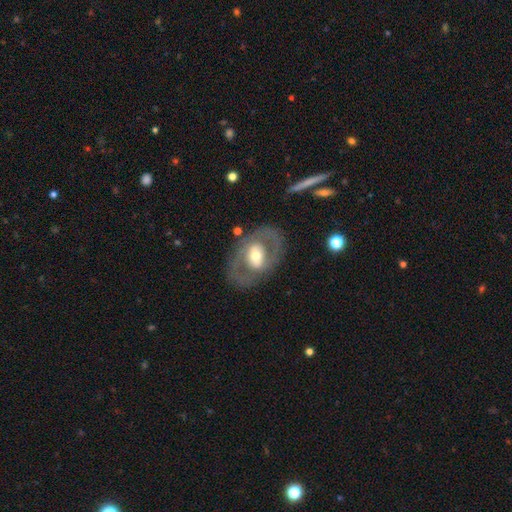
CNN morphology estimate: Q: Smooth or featured?
A: featured or disk (66%); runner-up: smooth (29%)
Q: Edge-on disk?
A: no (93%); runner-up: yes (7%)
Q: Bar?
A: no (49%); runner-up: weak (30%)
Q: Spiral arms?
A: no (63%); runner-up: yes (37%)
Q: Bulge size?
A: moderate (62%); runner-up: large (18%)
Q: Merging?
A: none (75%); runner-up: minor disturbance (13%)